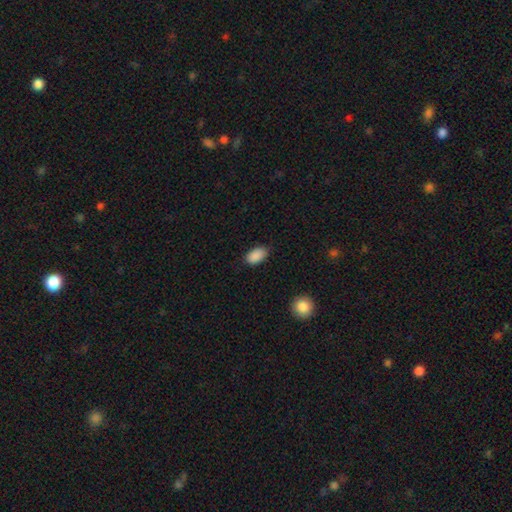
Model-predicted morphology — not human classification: Q: Smooth or featured?
A: smooth (89%); runner-up: star or artifact (8%)
Q: How rounded?
A: in between (92%); runner-up: round (6%)
Q: Merging?
A: none (80%); runner-up: minor disturbance (16%)